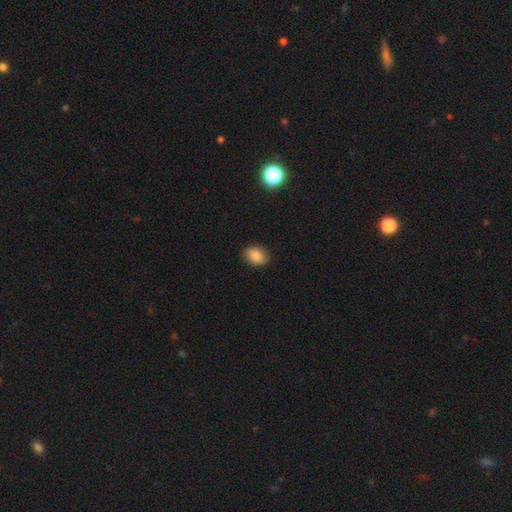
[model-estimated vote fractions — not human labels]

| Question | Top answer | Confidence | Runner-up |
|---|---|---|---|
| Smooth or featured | smooth | 84% | star or artifact (9%) |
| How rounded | in between | 74% | round (25%) |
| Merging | none | 88% | minor disturbance (9%) |